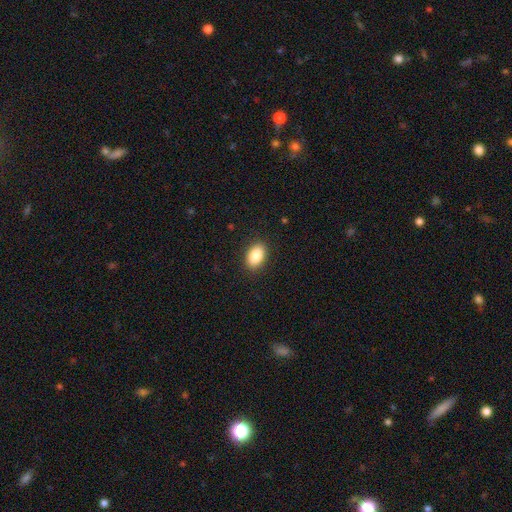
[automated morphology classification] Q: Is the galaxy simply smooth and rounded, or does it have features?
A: smooth — 87%.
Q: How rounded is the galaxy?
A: in between — 89%.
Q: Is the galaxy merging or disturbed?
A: none — 89%.